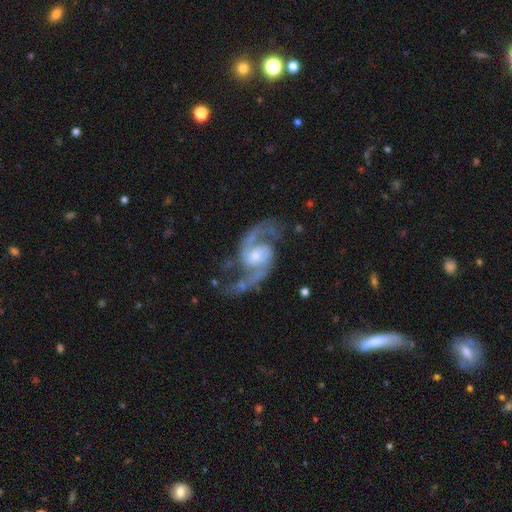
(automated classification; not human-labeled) The model was most divided on "bulge size" (2-way tie): small: 43%, moderate: 43%, large: 6%, none: 6%, dominant: 1%. Remaining: spiral arms — yes (98%); edge-on disk — no (98%); spiral arm count — 2 (94%); smooth or featured — featured or disk (93%); merging — none (72%); spiral winding — medium (52%); bar — no (44%).